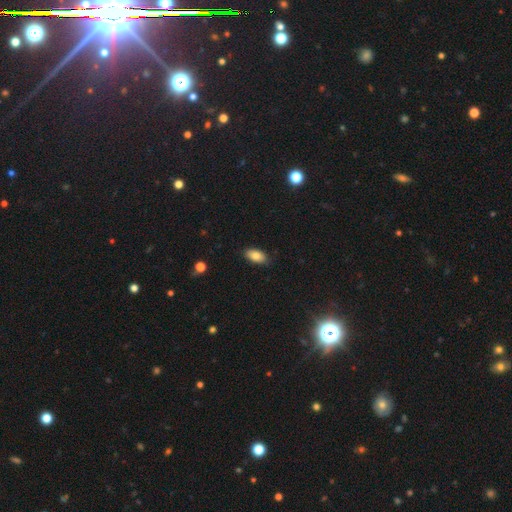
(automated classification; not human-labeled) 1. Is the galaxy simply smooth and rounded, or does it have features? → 83% smooth, 10% featured or disk, 8% star or artifact.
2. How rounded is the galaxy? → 93% in between, 4% round, 3% cigar-shaped.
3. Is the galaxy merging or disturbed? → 85% none, 11% minor disturbance, 2% major disturbance, 1% merger.